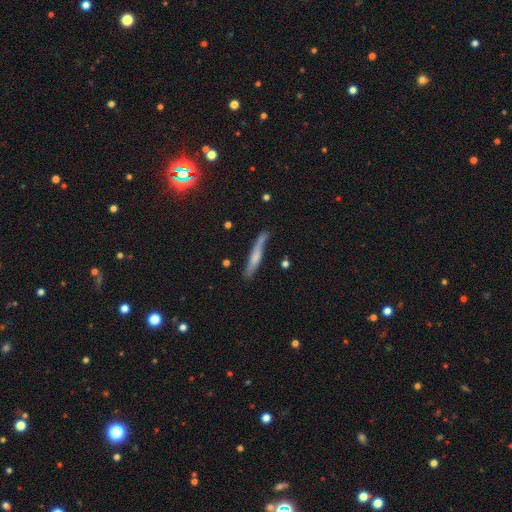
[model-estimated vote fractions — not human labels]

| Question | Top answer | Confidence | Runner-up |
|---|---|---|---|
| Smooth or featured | smooth | 50% | featured or disk (42%) |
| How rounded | cigar-shaped | 93% | in between (6%) |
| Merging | none | 68% | minor disturbance (23%) |